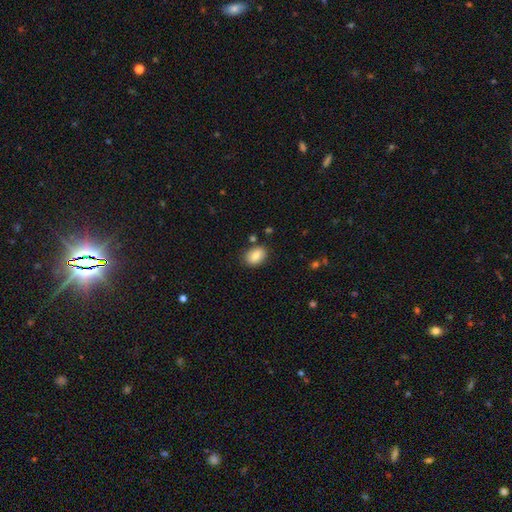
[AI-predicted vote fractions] A smooth galaxy with no disk features (85%) that is in between round and cigar-shaped (77%).

Vote fractions:
- Smooth or featured? smooth: 85% / star or artifact: 8% / featured or disk: 8%
- How rounded? in between: 77% / round: 22% / cigar-shaped: 1%
- Merging? none: 82% / minor disturbance: 12% / merger: 3% / major disturbance: 3%